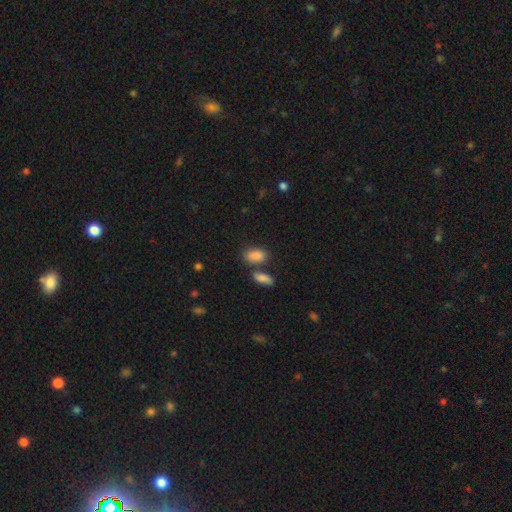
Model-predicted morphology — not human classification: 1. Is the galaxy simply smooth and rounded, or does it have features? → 86% smooth, 8% star or artifact, 6% featured or disk.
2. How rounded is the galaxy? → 89% in between, 6% round, 5% cigar-shaped.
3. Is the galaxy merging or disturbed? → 62% none, 21% merger, 13% minor disturbance, 4% major disturbance.